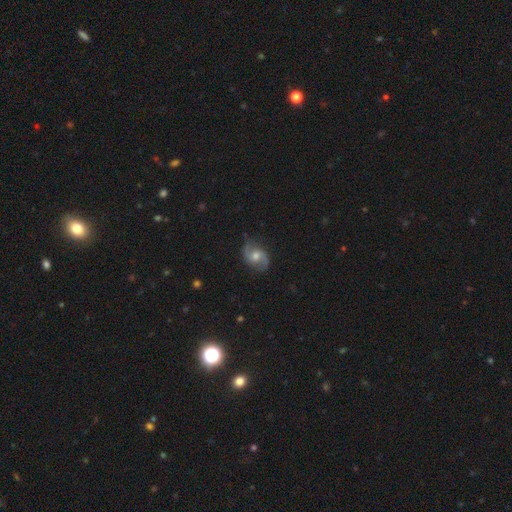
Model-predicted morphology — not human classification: smooth-or-featured: featured or disk: 81% | smooth: 13% | star or artifact: 6%
  disk-edge-on: no: 97% | yes: 3%
    bar: no: 56% | weak: 38% | strong: 6%
    has-spiral-arms: yes: 95% | no: 5%
      spiral-winding: medium: 48% | loose: 39% | tight: 14%
      spiral-arm-count: 2: 92% | can't tell: 3% | 1: 2% | 3: 1% | 4: 1% | more than 4: 1%
    bulge-size: moderate: 67% | small: 21% | large: 9% | none: 3% | dominant: 1%
  merging: none: 79% | minor disturbance: 15% | major disturbance: 5% | merger: 1%